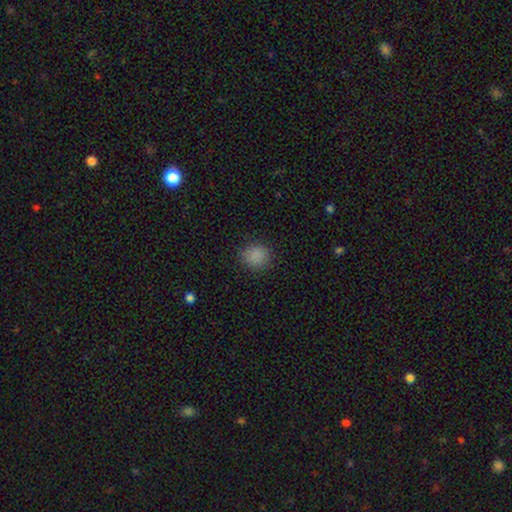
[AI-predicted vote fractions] A smooth galaxy with no disk features (85%) that is round (79%).

Vote fractions:
- Smooth or featured? smooth: 85% / star or artifact: 11% / featured or disk: 4%
- How rounded? round: 79% / in between: 20% / cigar-shaped: 1%
- Merging? none: 85% / minor disturbance: 11% / major disturbance: 3% / merger: 1%